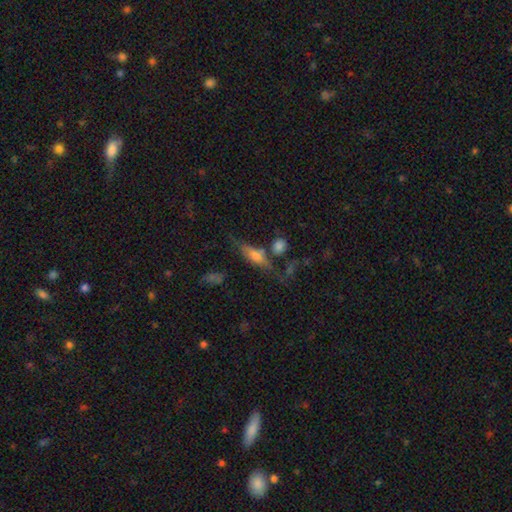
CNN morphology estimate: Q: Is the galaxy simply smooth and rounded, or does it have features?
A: featured or disk — 49%.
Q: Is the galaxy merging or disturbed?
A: none — 54%.